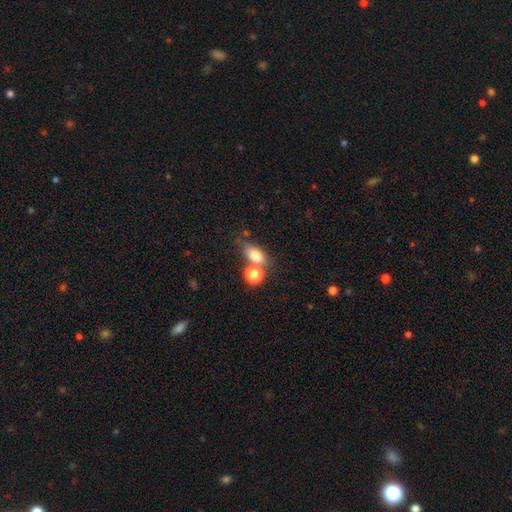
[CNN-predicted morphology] Q: Smooth or featured?
A: smooth (77%); runner-up: featured or disk (13%)
Q: How rounded?
A: in between (73%); runner-up: round (20%)
Q: Merging?
A: none (53%); runner-up: merger (29%)